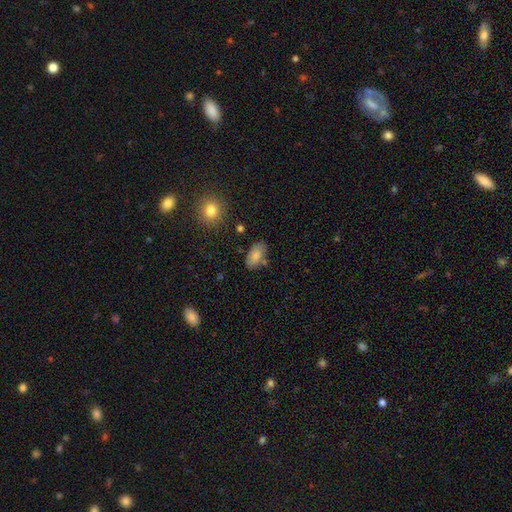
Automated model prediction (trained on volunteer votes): Smooth or featured: smooth — 81% (featured or disk — 12%)
How rounded: in between — 93% (round — 4%)
Merging: none — 73% (minor disturbance — 17%)